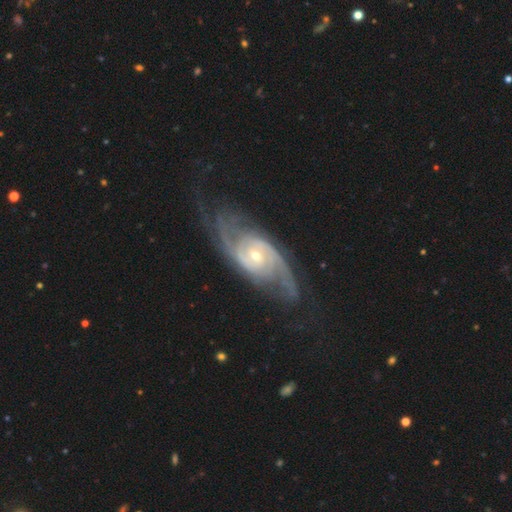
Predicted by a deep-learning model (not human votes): A featured or disk galaxy (90%) with no bar (62%), 2 (69%) medium (44%) spiral arms (97%) and a small central bulge (58%). Merging: none (67%).